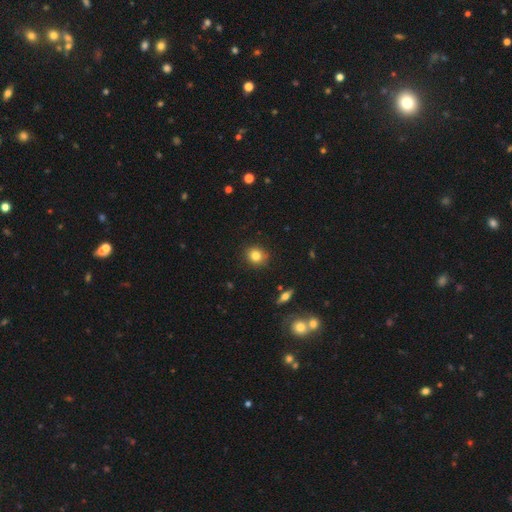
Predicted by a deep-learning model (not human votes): A smooth galaxy with no disk features (81%) that is round (78%). Merging: none (87%).